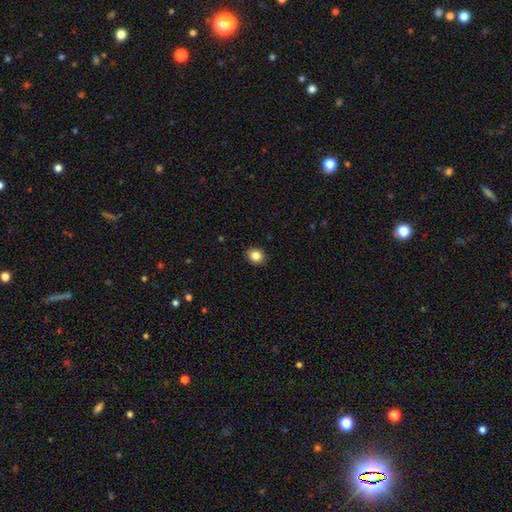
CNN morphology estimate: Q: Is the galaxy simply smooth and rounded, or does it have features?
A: smooth — 84%.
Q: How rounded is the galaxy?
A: round — 64%.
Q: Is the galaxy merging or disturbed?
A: none — 90%.